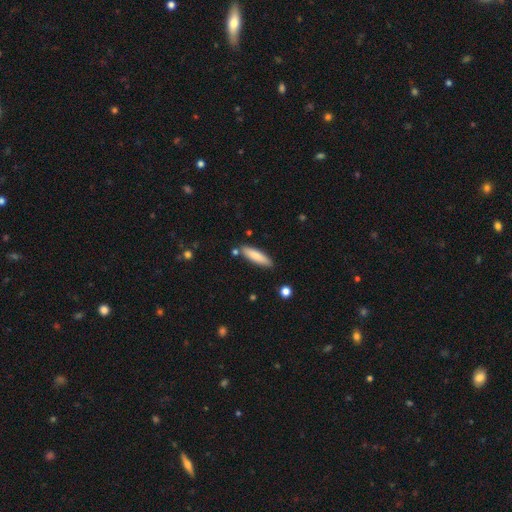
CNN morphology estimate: Smooth or featured? Predicted: smooth (p=0.81). How rounded? Predicted: cigar-shaped (p=0.69). Merging? Predicted: none (p=0.83).